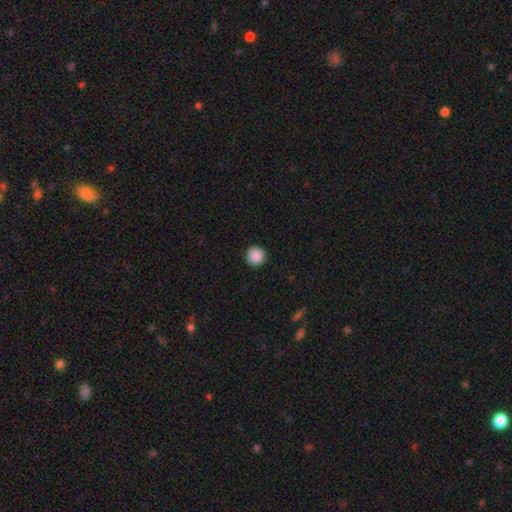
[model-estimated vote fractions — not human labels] A smooth galaxy with no disk features (89%) that is round (96%).

Vote fractions:
- Smooth or featured? smooth: 89% / star or artifact: 9% / featured or disk: 3%
- How rounded? round: 96% / in between: 3% / cigar-shaped: 1%
- Merging? none: 94% / minor disturbance: 4% / major disturbance: 1% / merger: 1%